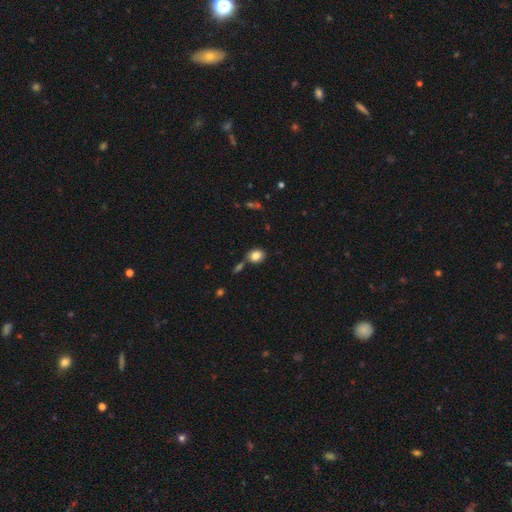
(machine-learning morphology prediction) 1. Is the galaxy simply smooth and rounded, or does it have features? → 85% smooth, 9% star or artifact, 7% featured or disk.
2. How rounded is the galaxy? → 50% in between, 49% round, 1% cigar-shaped.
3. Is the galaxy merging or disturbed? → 72% none, 13% merger, 12% minor disturbance, 3% major disturbance.